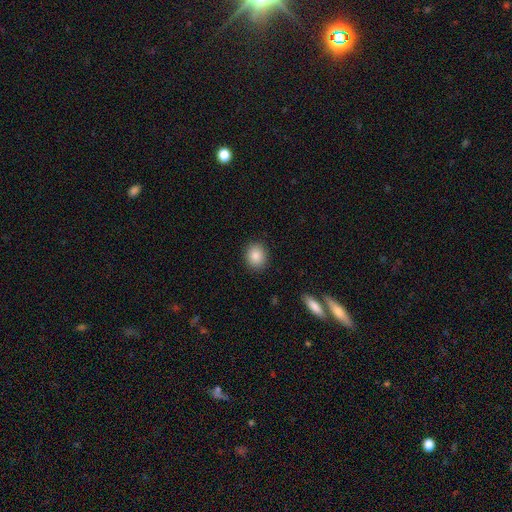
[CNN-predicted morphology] type=smooth (86%); roundness=round (64%); merging=none (90%).